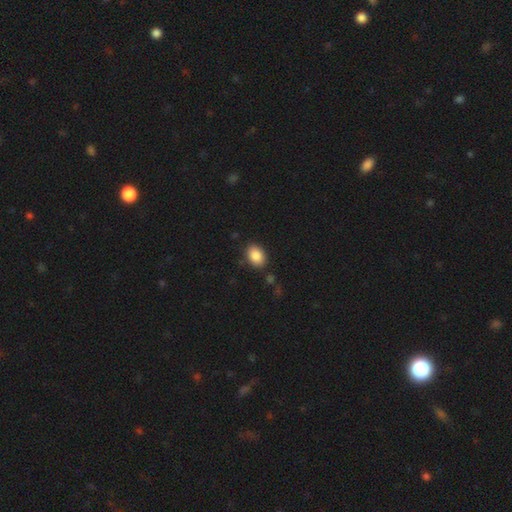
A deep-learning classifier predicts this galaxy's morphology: This appears to be a smooth galaxy with no disk features (88%) that is in between round and cigar-shaped (79%). Merging: none (85%).